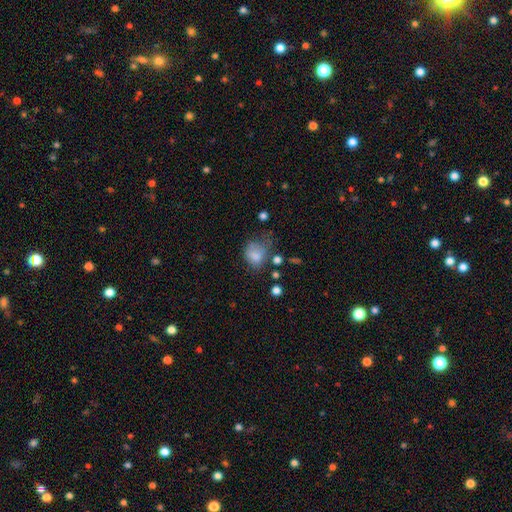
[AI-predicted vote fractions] smooth_or_featured: smooth (p=0.76) [alt: featured or disk p=0.12]
how_rounded: round (p=0.50) [alt: in between p=0.49]
merging: none (p=0.34) [alt: minor disturbance p=0.31]